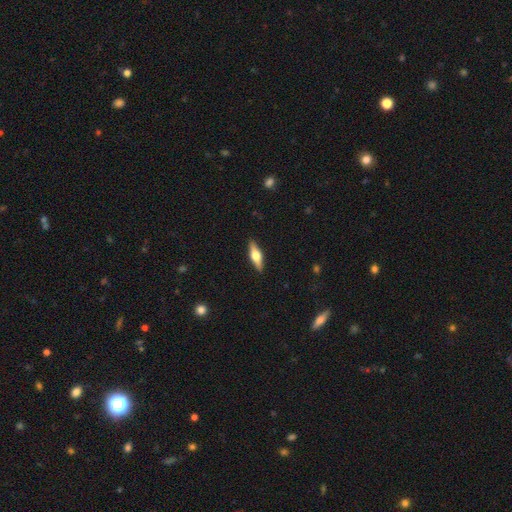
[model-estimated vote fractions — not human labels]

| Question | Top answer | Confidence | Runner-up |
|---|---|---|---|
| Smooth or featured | featured or disk | 50% | smooth (45%) |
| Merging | none | 89% | minor disturbance (8%) |